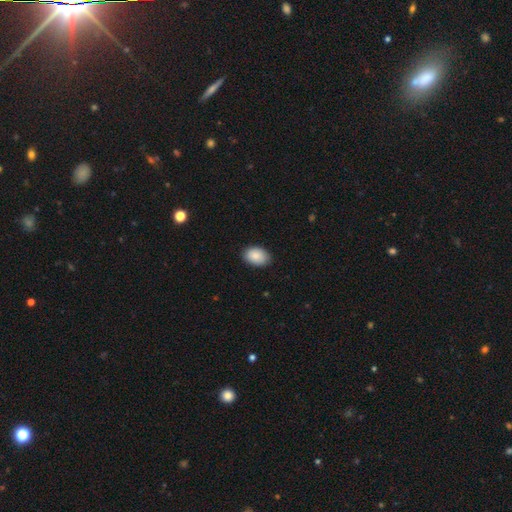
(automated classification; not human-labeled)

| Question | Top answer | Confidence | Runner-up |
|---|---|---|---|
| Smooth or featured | smooth | 89% | star or artifact (7%) |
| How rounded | in between | 82% | round (17%) |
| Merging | none | 86% | minor disturbance (11%) |